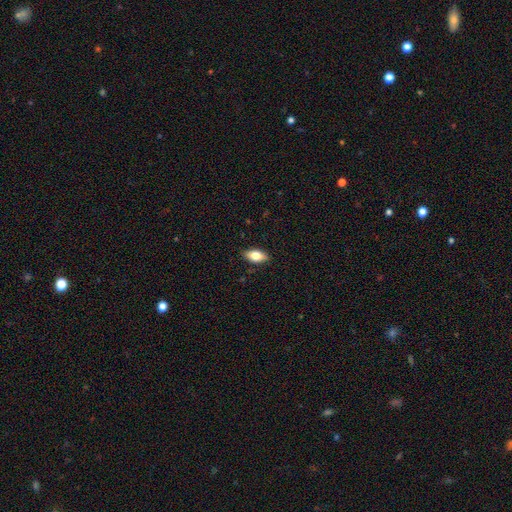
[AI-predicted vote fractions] The model was most divided on "smooth or featured": smooth: 75%, featured or disk: 19%, star or artifact: 7%. More confident: how rounded — in between (89%); merging — none (88%).